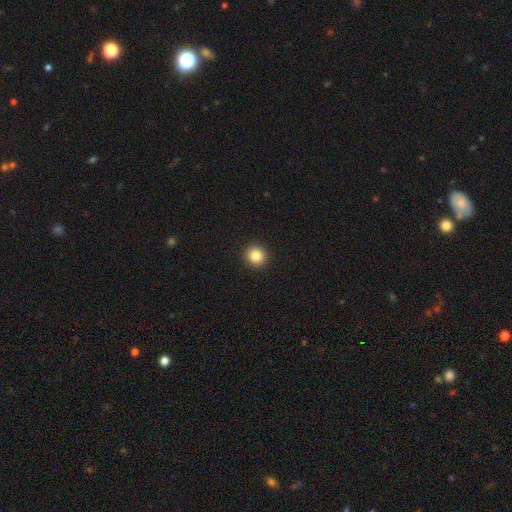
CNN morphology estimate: type=smooth (85%); roundness=round (93%); merging=none (93%).